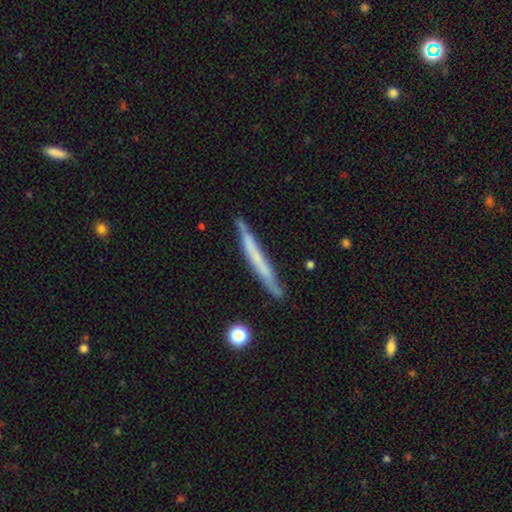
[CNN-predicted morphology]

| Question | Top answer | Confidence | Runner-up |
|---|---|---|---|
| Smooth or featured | smooth | 48% | featured or disk (46%) |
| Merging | none | 75% | minor disturbance (18%) |